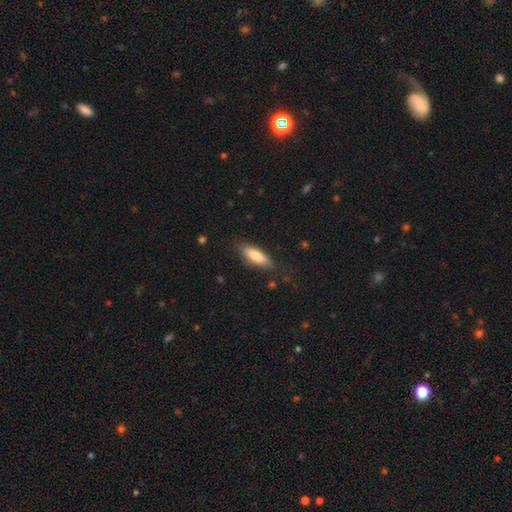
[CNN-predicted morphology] Smooth or featured? smooth (78%)
How rounded? in between (49%, tied with cigar-shaped)
Merging? none (82%)